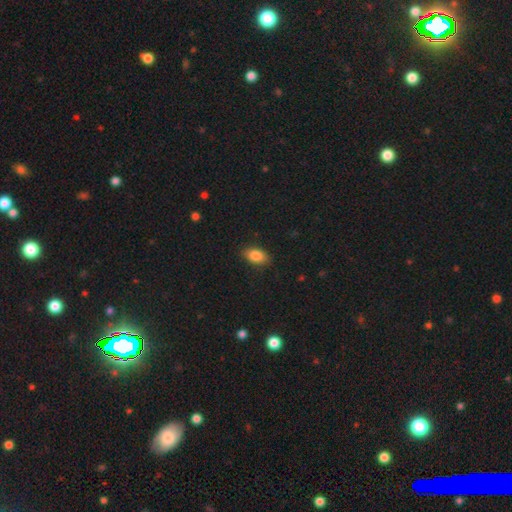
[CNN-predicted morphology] A smooth galaxy with no disk features (85%) that is in between round and cigar-shaped (90%).

Vote fractions:
- Smooth or featured? smooth: 85% / star or artifact: 8% / featured or disk: 7%
- How rounded? in between: 90% / round: 7% / cigar-shaped: 3%
- Merging? none: 85% / minor disturbance: 12% / major disturbance: 2% / merger: 1%